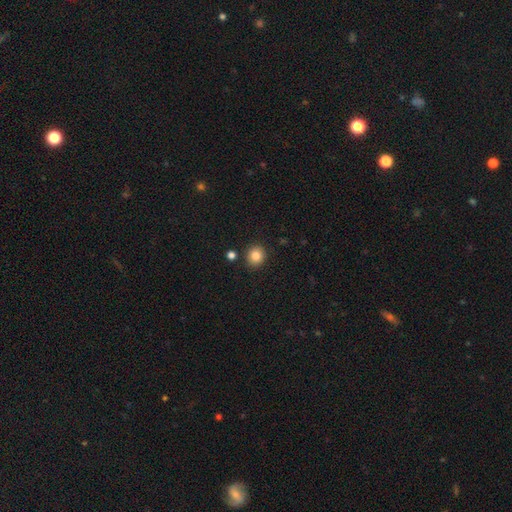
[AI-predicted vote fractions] This appears to be a smooth galaxy with no disk features (84%) that is round (85%). Merging: none (88%).